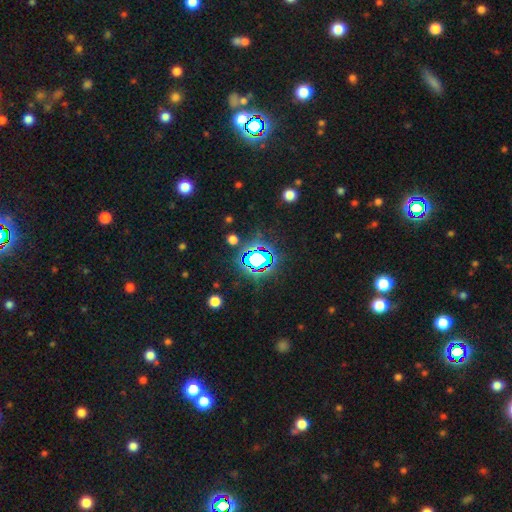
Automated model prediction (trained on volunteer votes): Smooth or featured? star or artifact (71%)